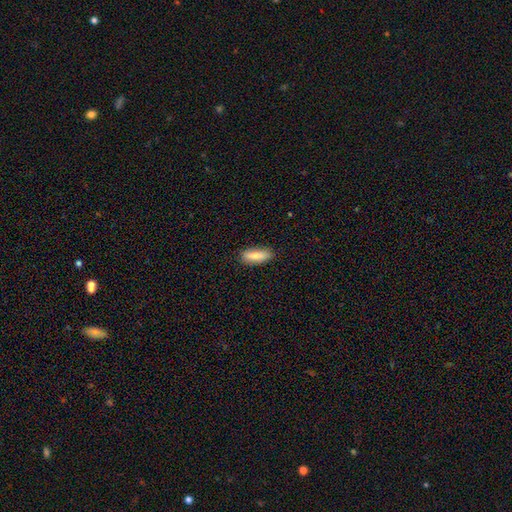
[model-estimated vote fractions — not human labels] Smooth or featured? smooth (80%)
How rounded? in between (62%)
Merging? none (86%)